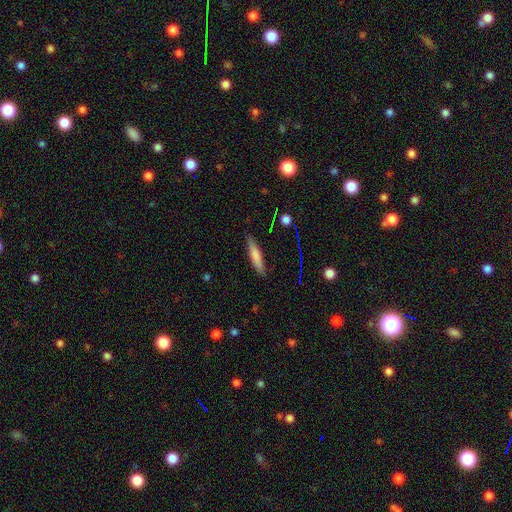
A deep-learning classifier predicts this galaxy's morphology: A smooth galaxy with no disk features (75%) that is cigar-shaped (81%).

Vote fractions:
- Smooth or featured? smooth: 75% / featured or disk: 18% / star or artifact: 7%
- How rounded? cigar-shaped: 81% / in between: 18% / round: 2%
- Merging? none: 84% / minor disturbance: 12% / major disturbance: 2% / merger: 1%